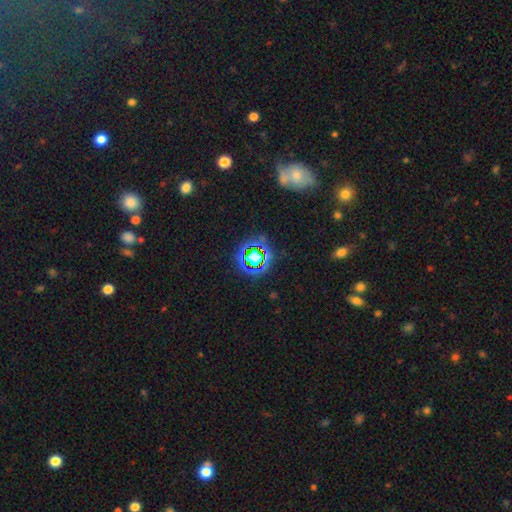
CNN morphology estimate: Smooth or featured? star or artifact (65%)